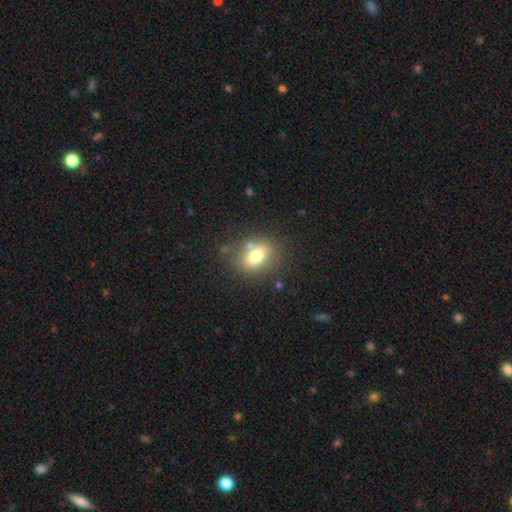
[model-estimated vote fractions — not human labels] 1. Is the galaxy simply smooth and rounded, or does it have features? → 71% smooth, 19% featured or disk, 11% star or artifact.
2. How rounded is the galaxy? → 71% in between, 25% round, 4% cigar-shaped.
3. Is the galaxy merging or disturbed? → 72% none, 14% minor disturbance, 9% merger, 5% major disturbance.